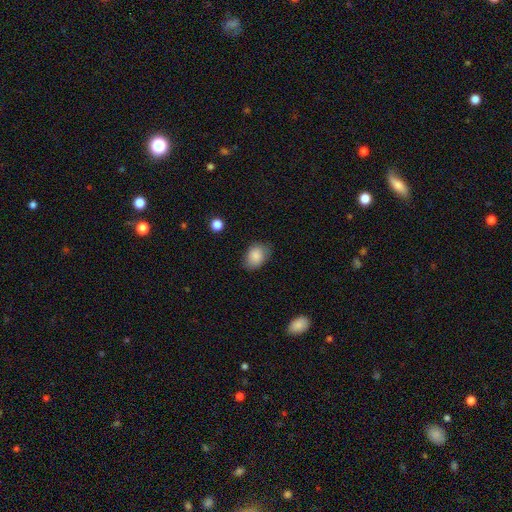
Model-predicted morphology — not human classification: The model was most divided on "how rounded": in between: 75%, round: 24%, cigar-shaped: 1%. More confident: smooth or featured — smooth (87%); merging — none (77%).